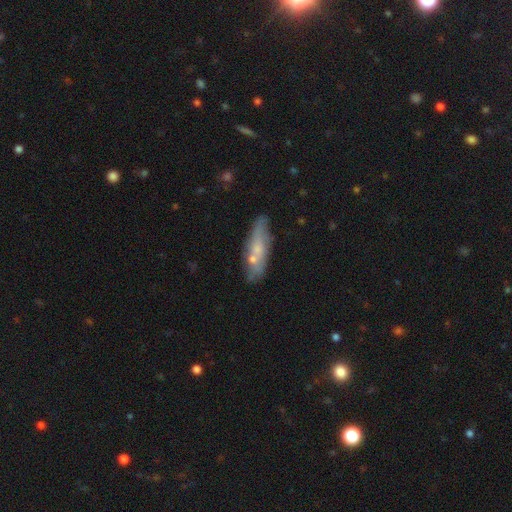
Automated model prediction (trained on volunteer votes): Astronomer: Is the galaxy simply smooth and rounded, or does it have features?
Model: smooth — 50% (runner-up: featured or disk, 42%).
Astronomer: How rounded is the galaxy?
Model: cigar-shaped — 62%.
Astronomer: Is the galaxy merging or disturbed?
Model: none — 66%.